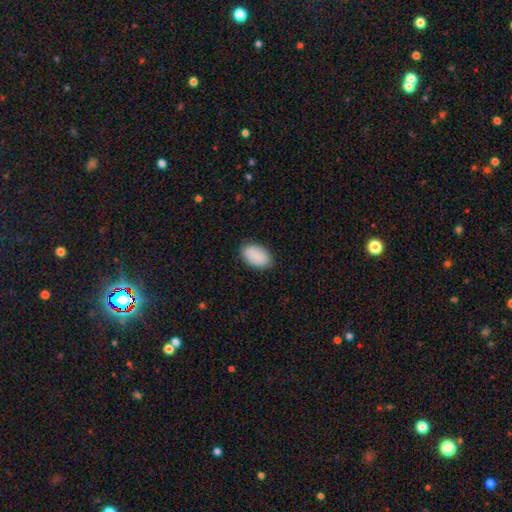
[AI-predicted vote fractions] smooth 89%, star or artifact 6%, featured or disk 5%. Down the decision tree: how rounded — in between (92%); merging — none (84%).